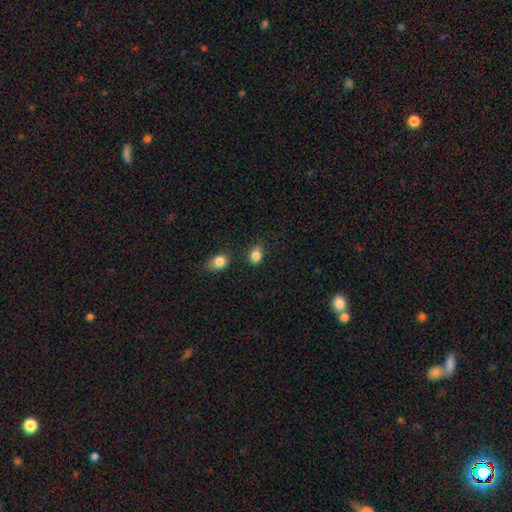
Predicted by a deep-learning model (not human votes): Smooth or featured? smooth (84%)
How rounded? in between (65%)
Merging? none (71%)